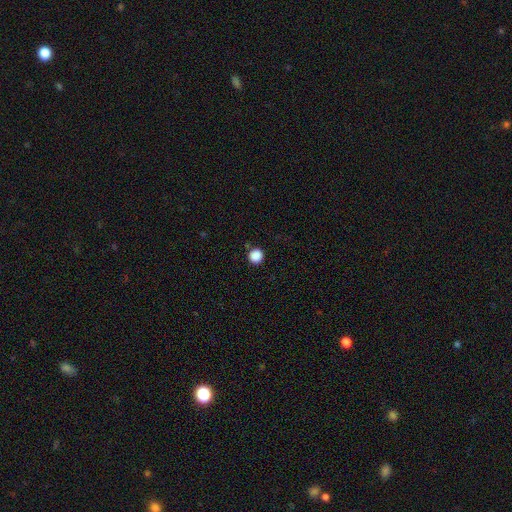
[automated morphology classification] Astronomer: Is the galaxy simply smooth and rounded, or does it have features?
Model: smooth — 87%.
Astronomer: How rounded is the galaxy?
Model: round — 95%.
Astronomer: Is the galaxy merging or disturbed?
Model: none — 88%.